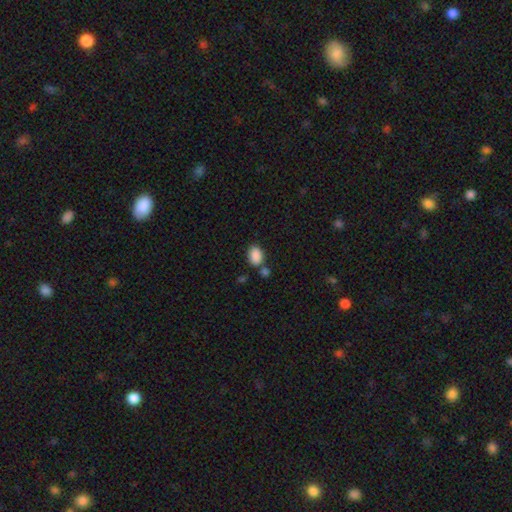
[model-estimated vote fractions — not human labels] A smooth galaxy with no disk features (88%) that is in between round and cigar-shaped (84%). Merging: none (67%).